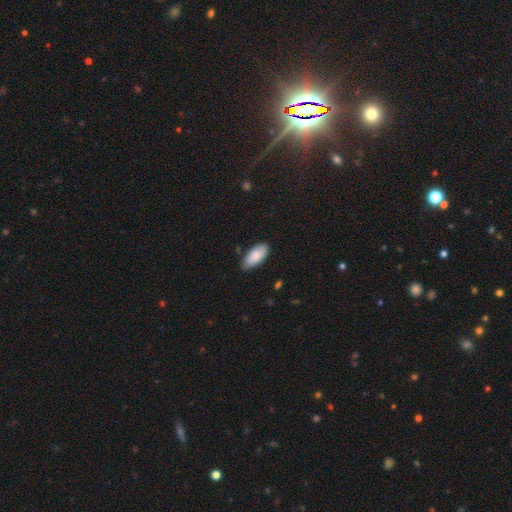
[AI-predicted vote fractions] This is clearly a smooth galaxy (87%). How rounded: clearly in between (90%). Merging: likely none (78%).